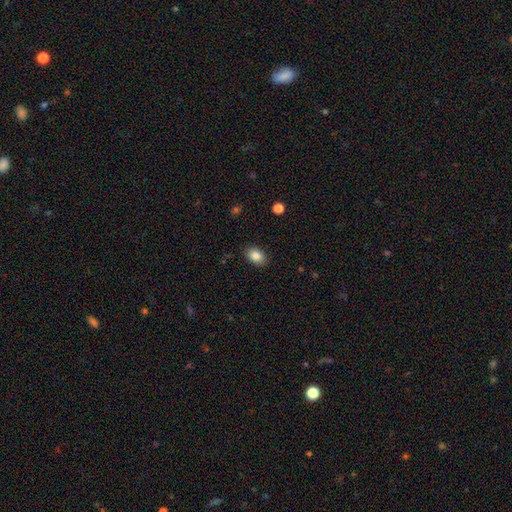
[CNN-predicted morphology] A smooth galaxy with no disk features (86%) that is in between round and cigar-shaped (82%). Merging: none (87%).